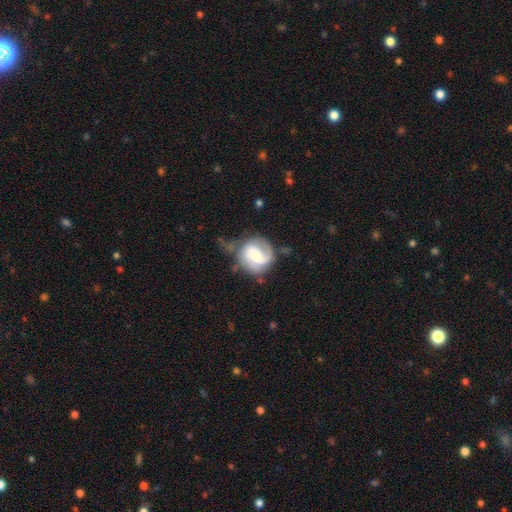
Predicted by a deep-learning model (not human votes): Smooth or featured? Predicted: featured or disk (p=0.72). Edge-on disk? Predicted: no (p=0.98). Bar? Predicted: weak (p=0.50). Spiral arms? Predicted: yes (p=0.92). Spiral winding? Predicted: medium (p=0.46). Spiral arm count? Predicted: 2 (p=0.70). Bulge size? Predicted: moderate (p=0.43). Merging? Predicted: none (p=0.54).